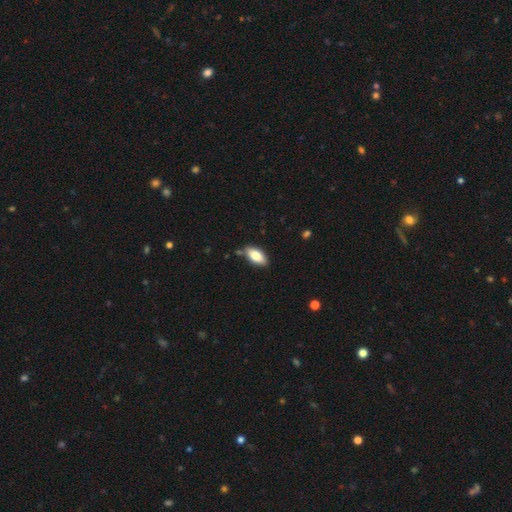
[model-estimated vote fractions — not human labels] Smooth or featured?
  - smooth: 79% *
  - featured or disk: 15%
  - star or artifact: 7%
How rounded?
  - in between: 89% *
  - cigar-shaped: 8%
  - round: 2%
Merging?
  - none: 81% *
  - minor disturbance: 13%
  - merger: 3%
  - major disturbance: 2%